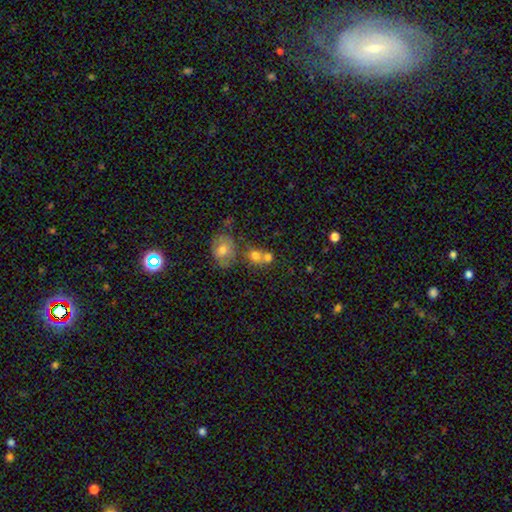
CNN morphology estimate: smooth-or-featured: smooth: 72% | featured or disk: 15% | star or artifact: 12%
  how-rounded: round: 70% | in between: 29% | cigar-shaped: 1%
  merging: merger: 50% | none: 36% | minor disturbance: 9% | major disturbance: 5%